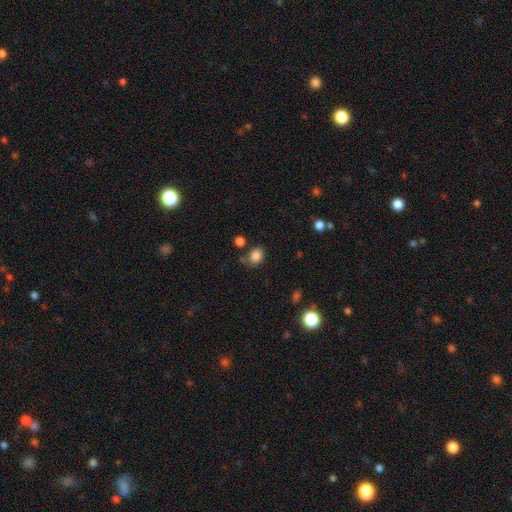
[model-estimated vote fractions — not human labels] A smooth galaxy with no disk features (85%) that is round (51%). Merging: none (64%).